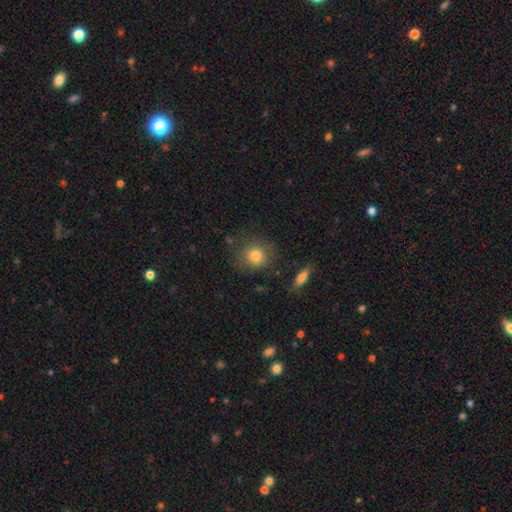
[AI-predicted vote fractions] The model was most divided on "merging": none: 79%, minor disturbance: 14%, major disturbance: 5%, merger: 3%. More confident: how rounded — round (85%); smooth or featured — smooth (80%).